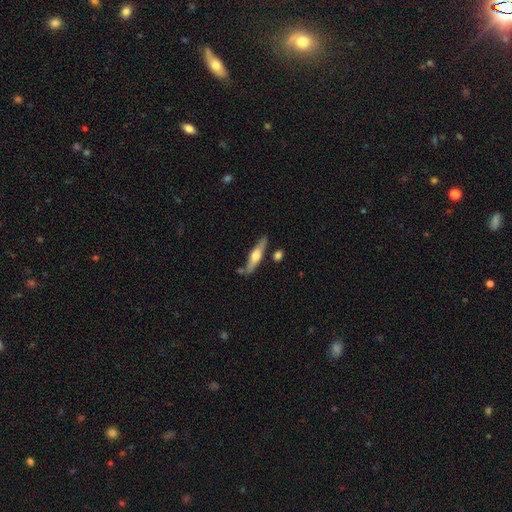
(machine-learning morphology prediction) smooth_or_featured: featured or disk (p=0.51) [alt: smooth p=0.44]
disk_edge_on: yes (p=0.90) [alt: no p=0.10]
merging: none (p=0.76) [alt: minor disturbance p=0.14]